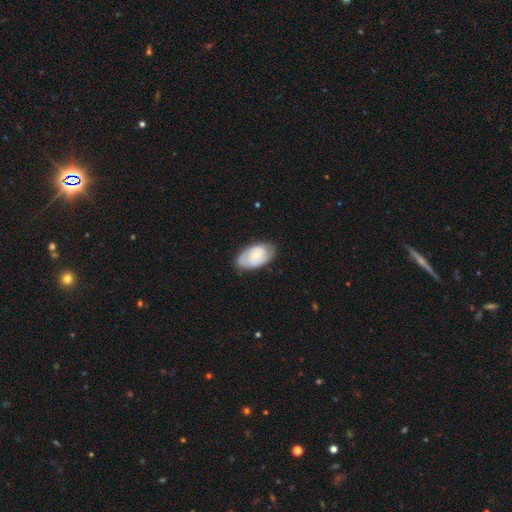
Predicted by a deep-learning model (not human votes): The model was most divided on "smooth or featured": featured or disk: 58%, smooth: 37%, star or artifact: 6%. More confident: edge-on disk — no (95%); spiral arms — yes (79%); merging — none (77%); bar — no (65%); bulge size — small (63%).